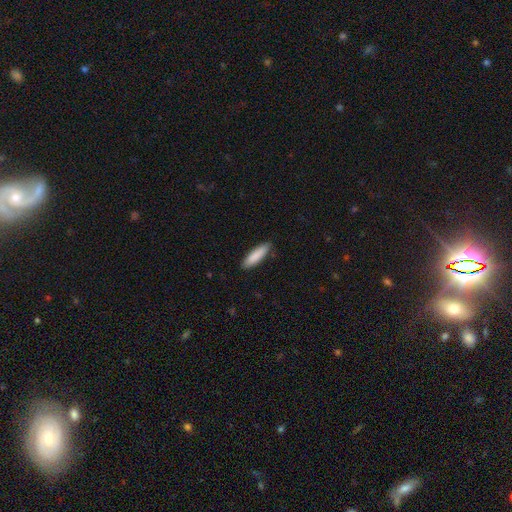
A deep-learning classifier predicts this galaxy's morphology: smooth_or_featured: smooth (p=0.87) [alt: featured or disk p=0.08]
how_rounded: cigar-shaped (p=0.67) [alt: in between p=0.32]
merging: none (p=0.86) [alt: minor disturbance p=0.11]